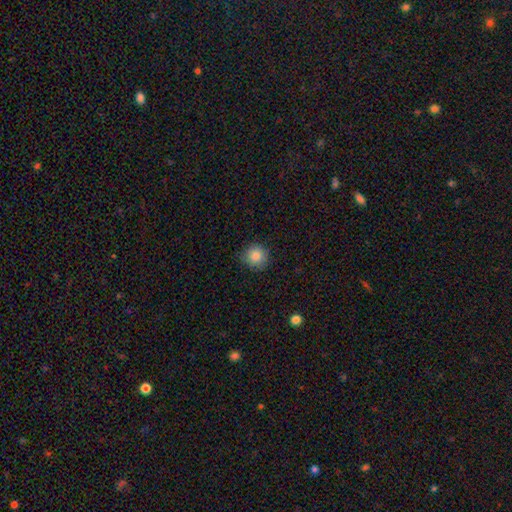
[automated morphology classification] smooth-or-featured: smooth: 85% | star or artifact: 10% | featured or disk: 5%
  how-rounded: round: 92% | in between: 7% | cigar-shaped: 1%
  merging: none: 86% | minor disturbance: 11% | major disturbance: 2% | merger: 1%